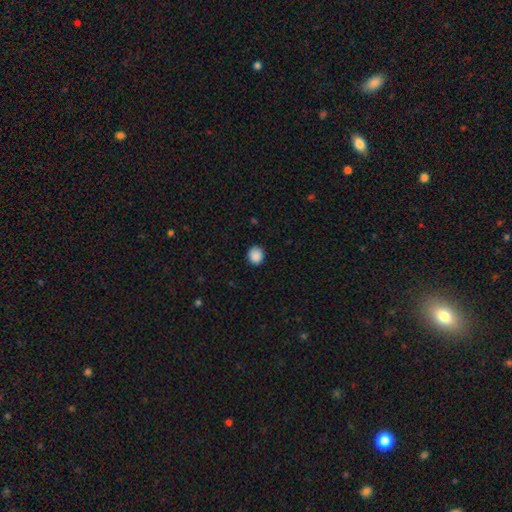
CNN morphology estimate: type=smooth (89%); roundness=round (86%); merging=none (89%).